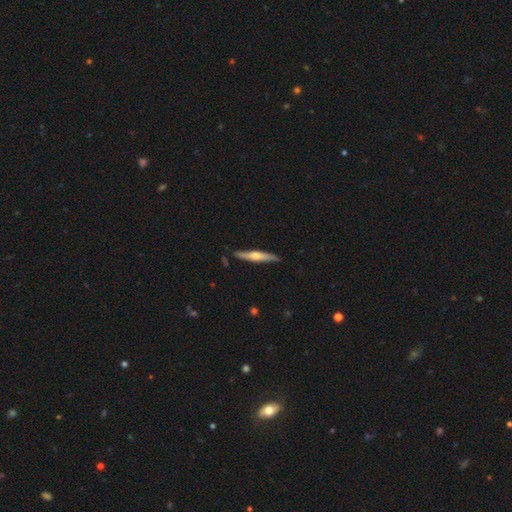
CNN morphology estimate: This is possibly a featured or disk galaxy (54%). It is clearly viewed edge-on (94%). Edge-on bulge: clearly rounded (84%). Merging: clearly none (85%).